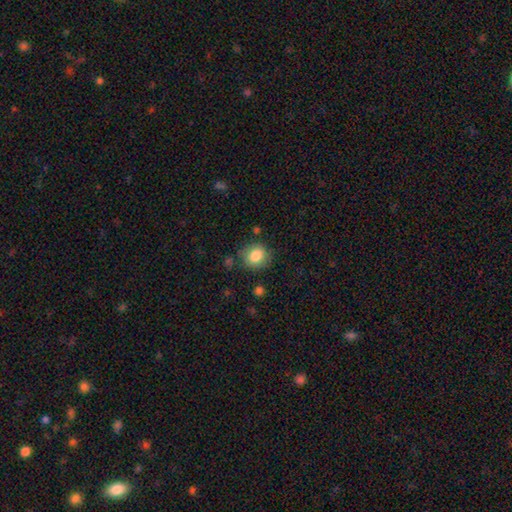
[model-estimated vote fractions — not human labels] smooth 83%, star or artifact 9%, featured or disk 8%. Down the decision tree: how rounded — round (74%); merging — none (80%).